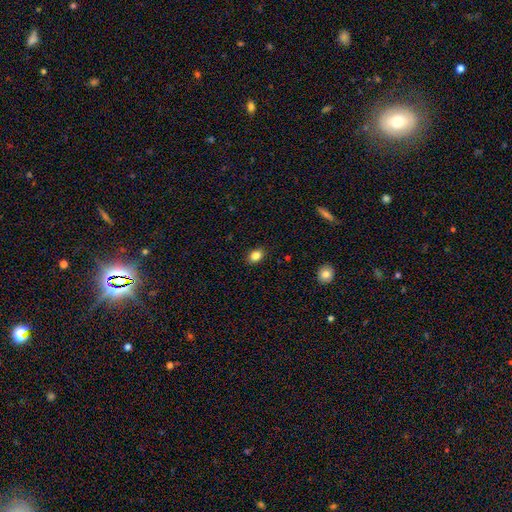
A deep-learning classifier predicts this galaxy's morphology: Smooth or featured?
  - smooth: 84% *
  - star or artifact: 10%
  - featured or disk: 5%
How rounded?
  - in between: 65% *
  - round: 34%
  - cigar-shaped: 1%
Merging?
  - none: 88% *
  - minor disturbance: 9%
  - major disturbance: 2%
  - merger: 1%